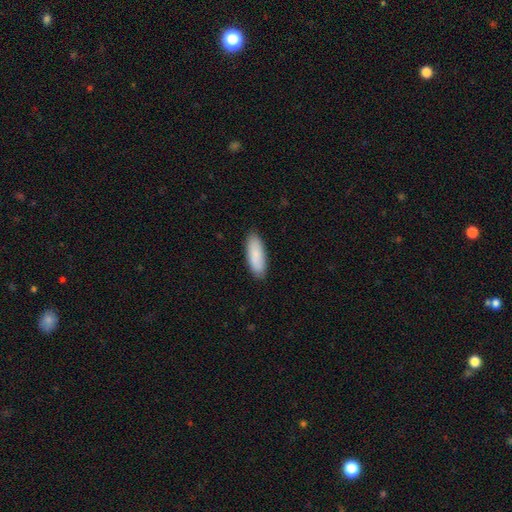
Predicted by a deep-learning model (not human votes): smooth_or_featured: smooth (p=0.87) [alt: featured or disk p=0.07]
how_rounded: in between (p=0.68) [alt: cigar-shaped p=0.30]
merging: none (p=0.89) [alt: minor disturbance p=0.08]